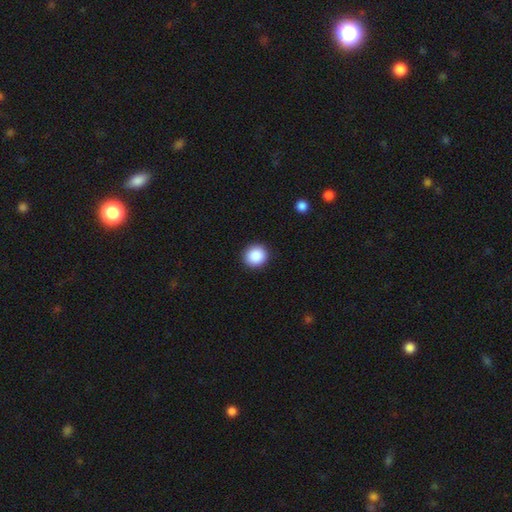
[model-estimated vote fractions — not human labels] Overall: smooth (88%). How rounded: round (91%). Merging: none (92%).